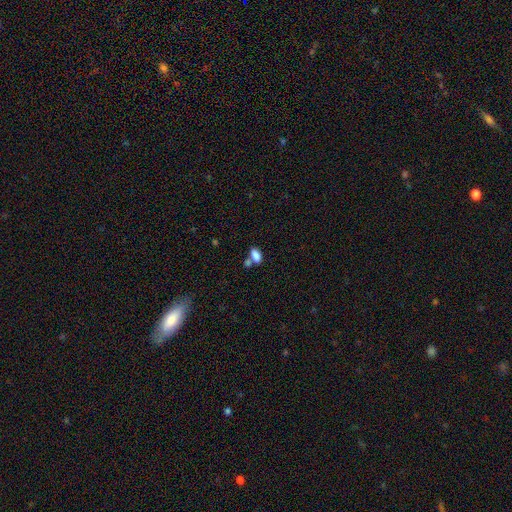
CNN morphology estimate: A smooth galaxy with no disk features (84%) that is in between round and cigar-shaped (90%).

Vote fractions:
- Smooth or featured? smooth: 84% / star or artifact: 9% / featured or disk: 7%
- How rounded? in between: 90% / cigar-shaped: 5% / round: 5%
- Merging? none: 47% / merger: 38% / minor disturbance: 11% / major disturbance: 4%